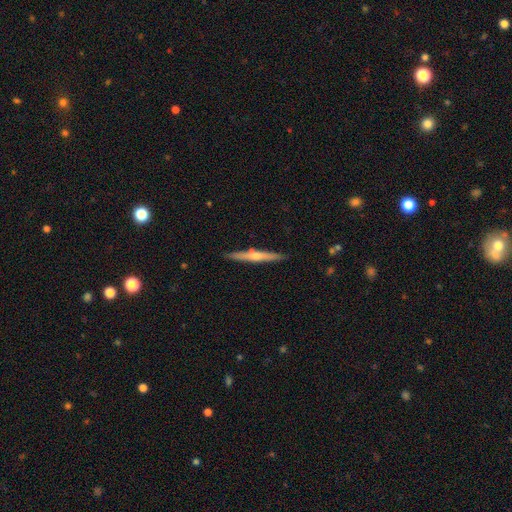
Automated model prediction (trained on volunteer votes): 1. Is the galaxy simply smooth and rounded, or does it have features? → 71% featured or disk, 23% smooth, 6% star or artifact.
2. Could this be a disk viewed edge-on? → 98% yes, 2% no.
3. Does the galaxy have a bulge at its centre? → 80% rounded, 14% none, 6% boxy.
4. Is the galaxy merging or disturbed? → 91% none, 6% minor disturbance, 1% major disturbance, 1% merger.